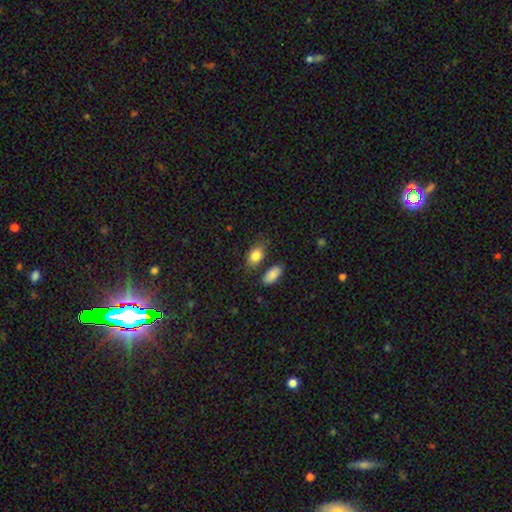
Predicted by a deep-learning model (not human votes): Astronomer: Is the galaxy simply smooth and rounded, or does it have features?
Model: smooth — 86%.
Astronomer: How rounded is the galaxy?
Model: in between — 87%.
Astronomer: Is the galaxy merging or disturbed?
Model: none — 69%.